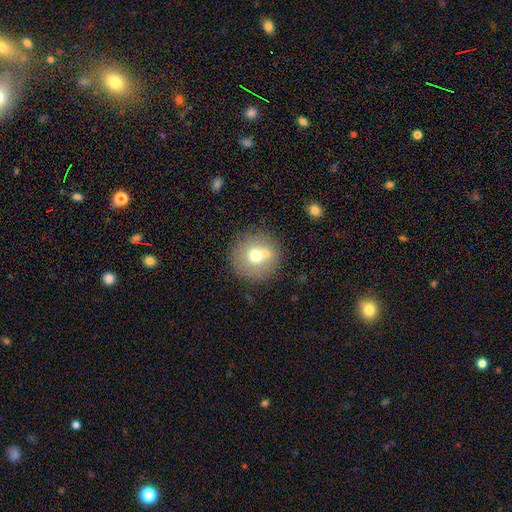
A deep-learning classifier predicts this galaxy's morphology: smooth 66%, featured or disk 22%, star or artifact 11%. Down the decision tree: how rounded — round (94%); merging — none (68%).